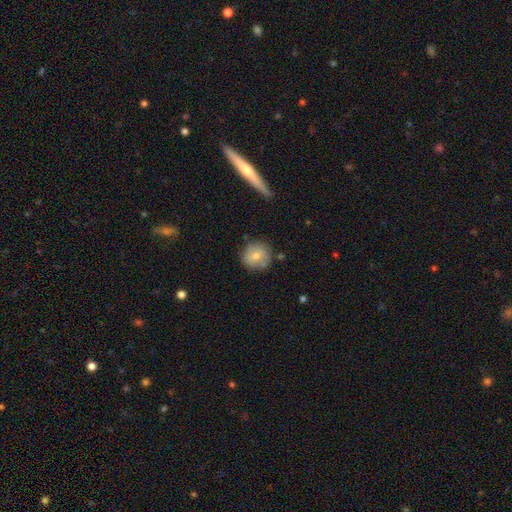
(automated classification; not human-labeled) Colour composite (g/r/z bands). It shows a smooth galaxy with no disk features (71%) that is round (89%). Merging: none (76%).